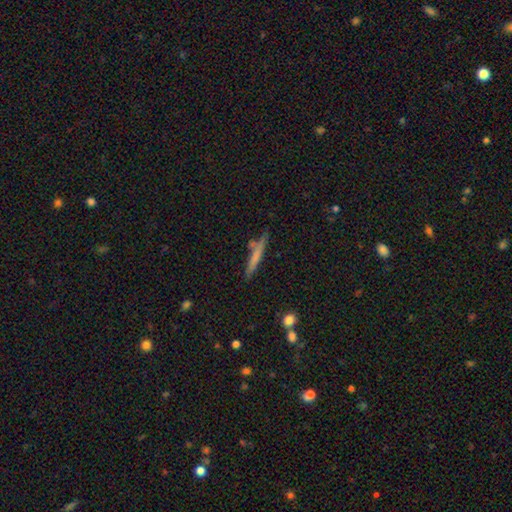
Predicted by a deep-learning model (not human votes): smooth-or-featured: smooth: 61% | featured or disk: 32% | star or artifact: 7%
  how-rounded: cigar-shaped: 94% | in between: 4% | round: 2%
  merging: none: 76% | minor disturbance: 14% | merger: 7% | major disturbance: 3%